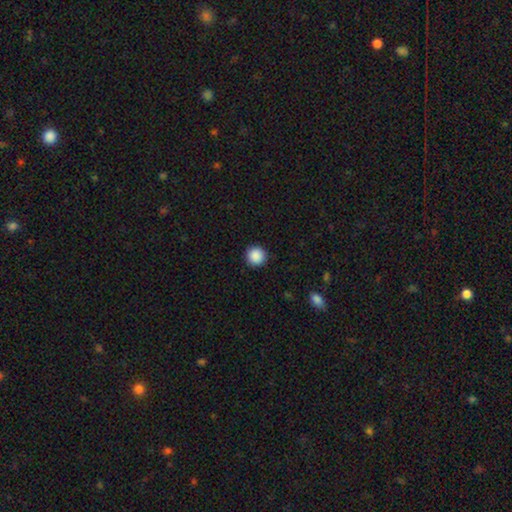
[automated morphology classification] A smooth galaxy with no disk features (89%) that is round (95%). Merging: none (92%).